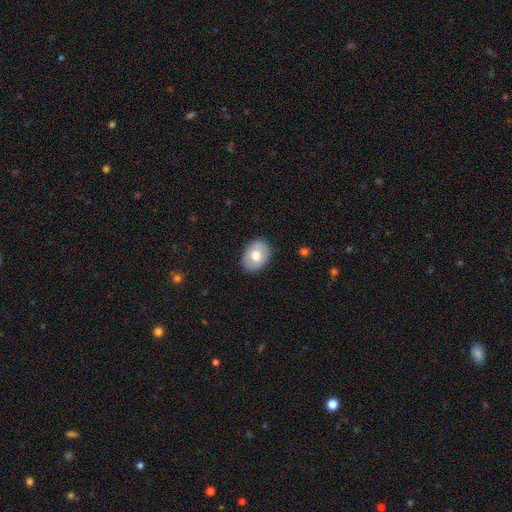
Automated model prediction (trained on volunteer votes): Morphology: type=smooth (70%); roundness=in between (72%); merging=none (86%).